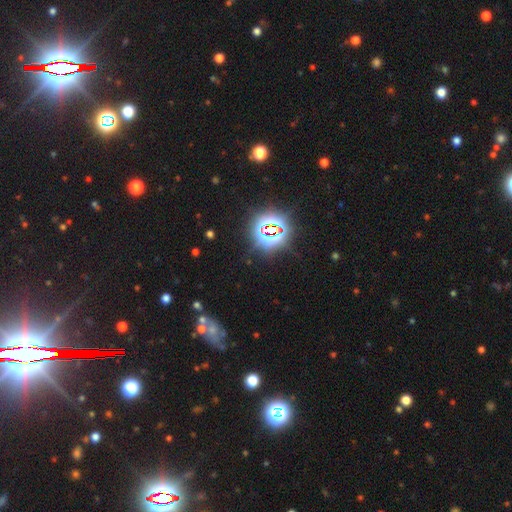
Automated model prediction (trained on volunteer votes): Overall: star or artifact (80%).